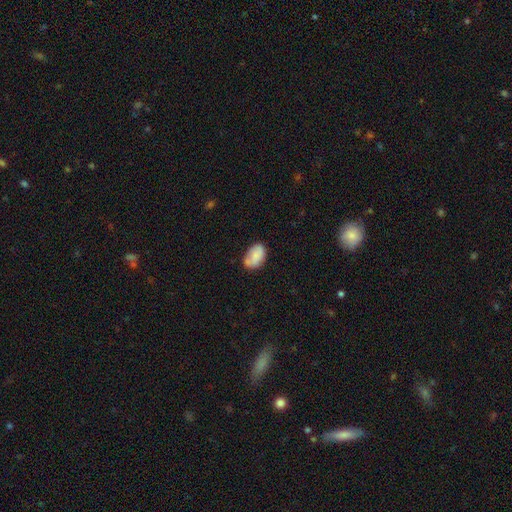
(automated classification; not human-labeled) Morphology: type=smooth (79%); roundness=in between (87%); merging=none (59%).